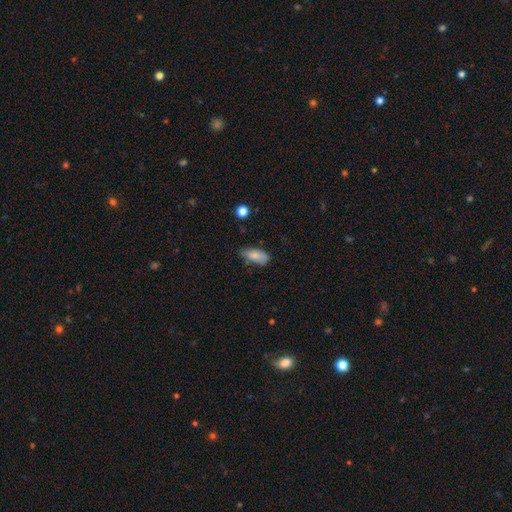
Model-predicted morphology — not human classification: This is likely a smooth galaxy (78%). How rounded: clearly in between (82%). Merging: possibly none (58%).